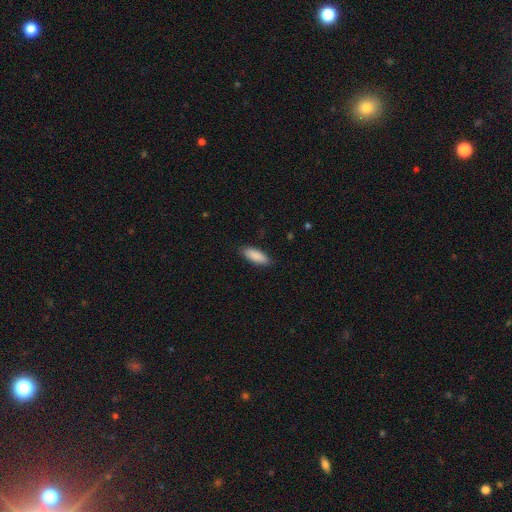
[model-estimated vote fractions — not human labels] Smooth or featured: smooth — 89% (star or artifact — 6%)
How rounded: in between — 70% (cigar-shaped — 29%)
Merging: none — 85% (minor disturbance — 12%)